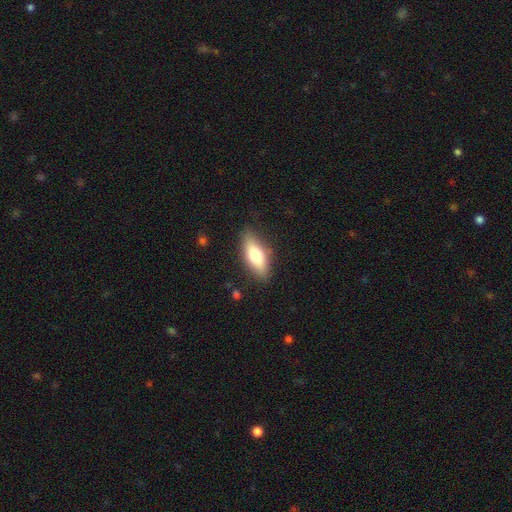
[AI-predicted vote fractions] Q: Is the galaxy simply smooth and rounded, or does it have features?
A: smooth — 71%.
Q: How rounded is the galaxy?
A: in between — 69%.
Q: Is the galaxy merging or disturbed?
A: none — 83%.